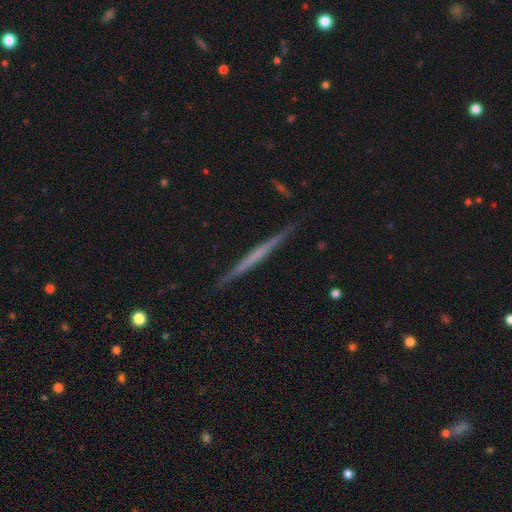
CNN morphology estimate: A featured or disk galaxy (58%) viewed edge-on (98%) with no central bulge (90%). Merging: none (91%).